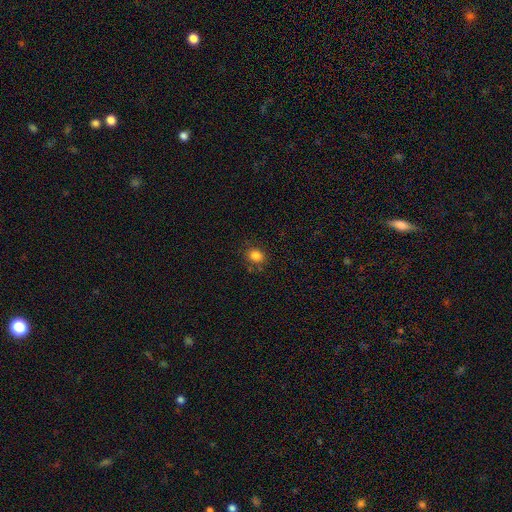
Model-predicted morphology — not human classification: A smooth galaxy with no disk features (83%) that is round (63%).

Vote fractions:
- Smooth or featured? smooth: 83% / star or artifact: 12% / featured or disk: 5%
- How rounded? round: 63% / in between: 36% / cigar-shaped: 1%
- Merging? none: 81% / minor disturbance: 12% / major disturbance: 4% / merger: 3%